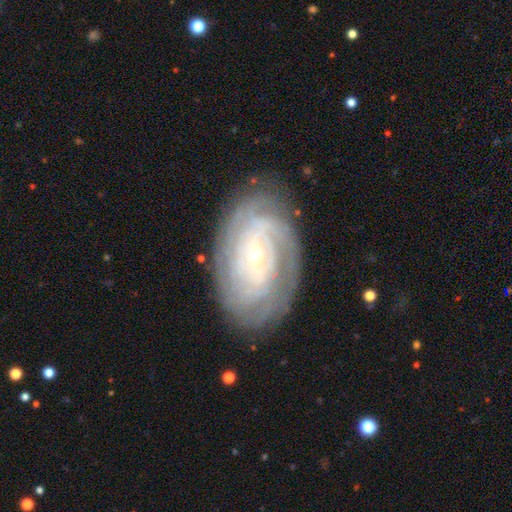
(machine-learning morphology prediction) Smooth or featured? Predicted: featured or disk (p=0.85). Edge-on disk? Predicted: no (p=0.95). Bar? Predicted: no (p=0.60). Spiral arms? Predicted: yes (p=0.94). Spiral winding? Predicted: tight (p=0.79). Spiral arm count? Predicted: can't tell (p=0.41). Bulge size? Predicted: small (p=0.73). Merging? Predicted: none (p=0.80).